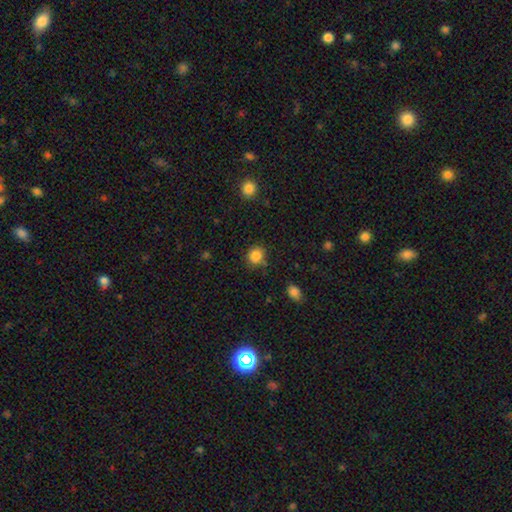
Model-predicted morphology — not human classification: Smooth or featured? smooth (85%)
How rounded? round (76%)
Merging? none (80%)